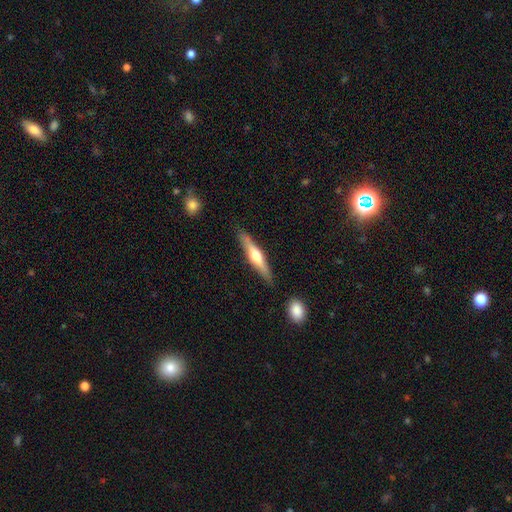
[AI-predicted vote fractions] This appears to be a featured or disk galaxy (61%) viewed edge-on (96%) with a rounded central bulge (90%). Merging: none (87%).